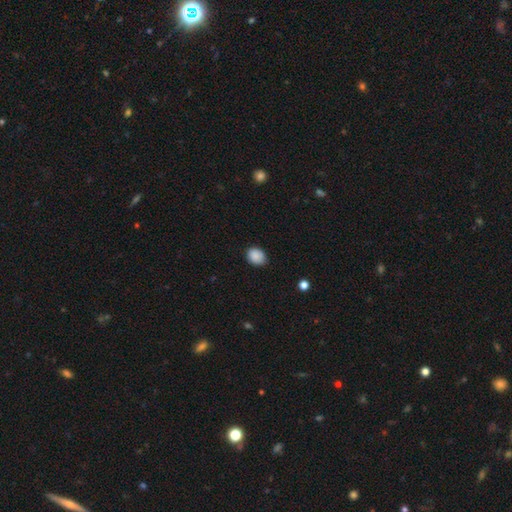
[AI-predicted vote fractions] Smooth or featured: smooth — 88% (star or artifact — 8%)
How rounded: in between — 50% (round — 49%)
Merging: none — 78% (minor disturbance — 18%)